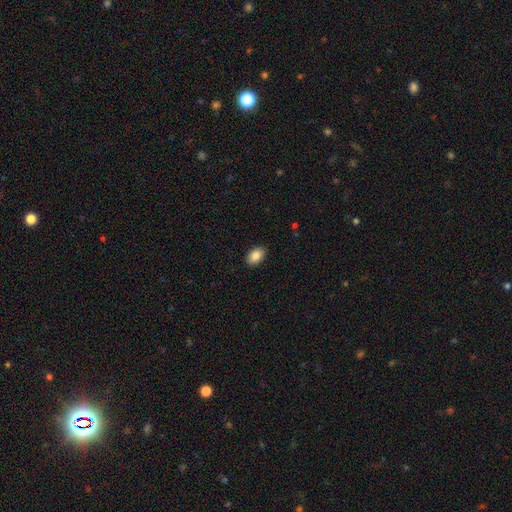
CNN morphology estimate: A smooth galaxy with no disk features (86%) that is in between round and cigar-shaped (85%). Merging: none (90%).